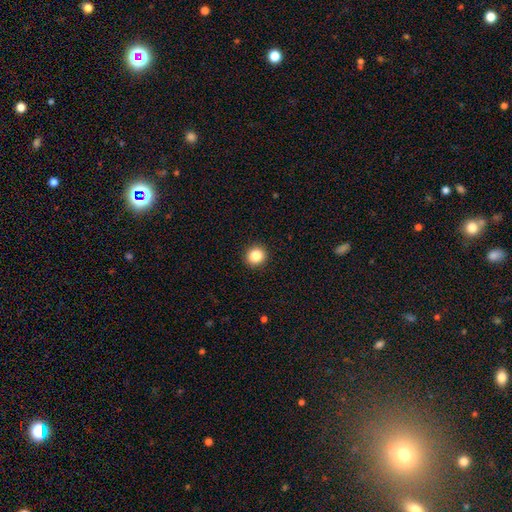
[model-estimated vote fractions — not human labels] This is clearly a smooth galaxy (85%). How rounded: clearly round (88%). Merging: clearly none (92%).